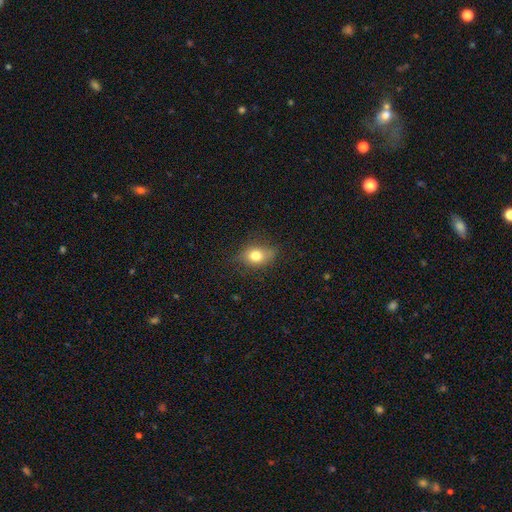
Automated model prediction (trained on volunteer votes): A smooth galaxy with no disk features (74%) that is in between round and cigar-shaped (61%).

Vote fractions:
- Smooth or featured? smooth: 74% / featured or disk: 15% / star or artifact: 11%
- How rounded? in between: 61% / round: 36% / cigar-shaped: 3%
- Merging? none: 73% / minor disturbance: 20% / major disturbance: 6% / merger: 1%